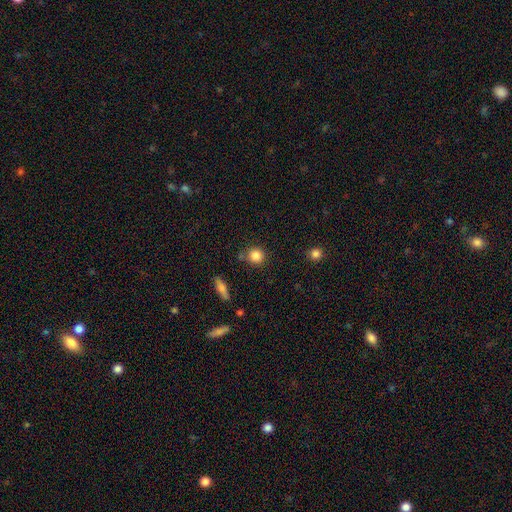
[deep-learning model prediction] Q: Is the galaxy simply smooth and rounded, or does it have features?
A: smooth — 85%.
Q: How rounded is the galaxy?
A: round — 89%.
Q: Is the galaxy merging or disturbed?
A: none — 79%.